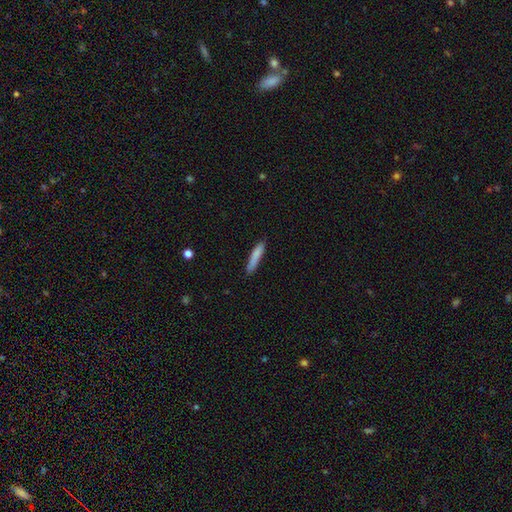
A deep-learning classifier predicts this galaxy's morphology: Smooth or featured? Predicted: smooth (p=0.81). How rounded? Predicted: cigar-shaped (p=0.89). Merging? Predicted: none (p=0.80).